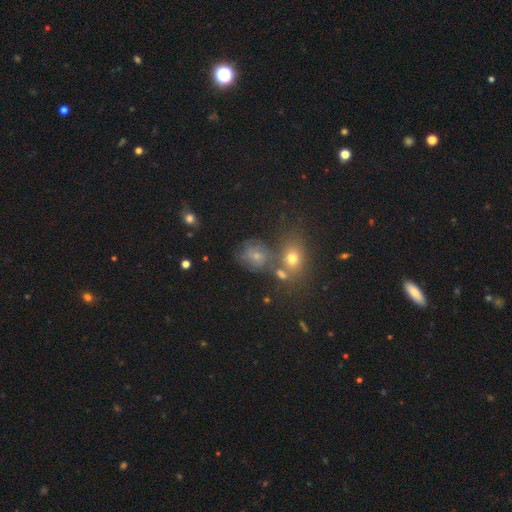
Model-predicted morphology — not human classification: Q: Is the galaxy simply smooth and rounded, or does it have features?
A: smooth — 50%.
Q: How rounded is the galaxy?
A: round — 55%.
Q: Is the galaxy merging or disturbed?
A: none — 47%.